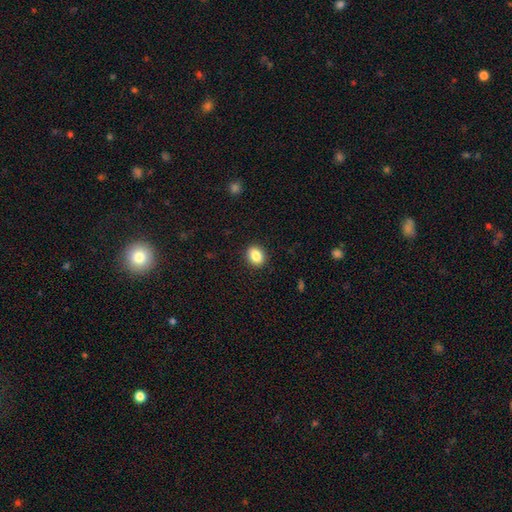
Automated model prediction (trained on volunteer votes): smooth-or-featured: smooth: 86% | star or artifact: 9% | featured or disk: 5%
  how-rounded: in between: 54% | round: 45% | cigar-shaped: 1%
  merging: none: 91% | minor disturbance: 6% | major disturbance: 2% | merger: 1%